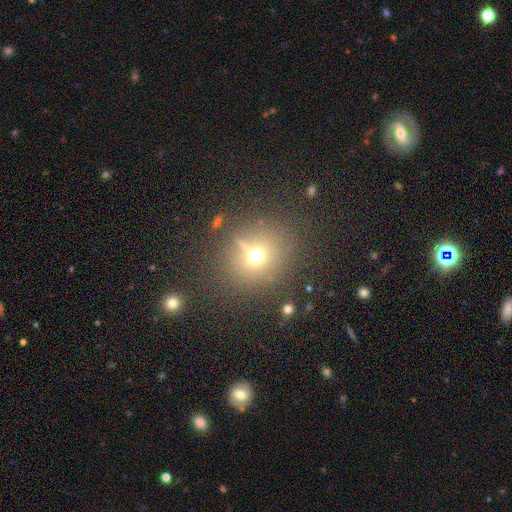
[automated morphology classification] The model was most divided on "smooth or featured": smooth: 61%, star or artifact: 23%, featured or disk: 16%. More confident: how rounded — round (83%); merging — none (74%).